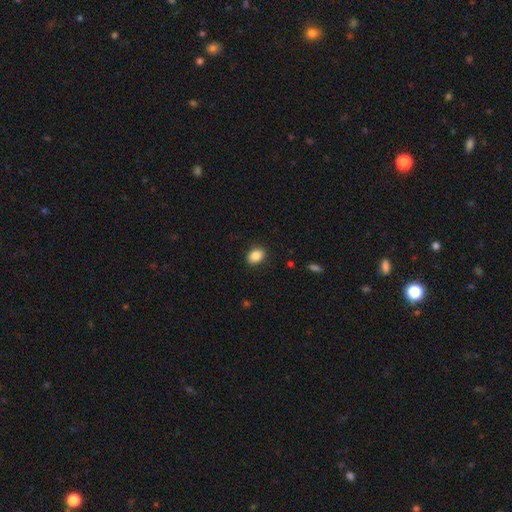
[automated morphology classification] smooth 86%, star or artifact 8%, featured or disk 6%. Down the decision tree: how rounded — in between (73%); merging — none (88%).